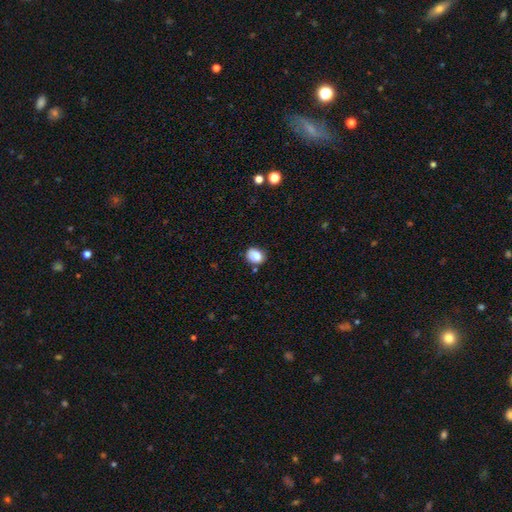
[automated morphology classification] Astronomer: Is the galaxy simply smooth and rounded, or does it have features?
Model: smooth — 85%.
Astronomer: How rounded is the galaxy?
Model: in between — 54% (runner-up: round, 45%).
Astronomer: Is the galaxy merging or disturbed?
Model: none — 73%.